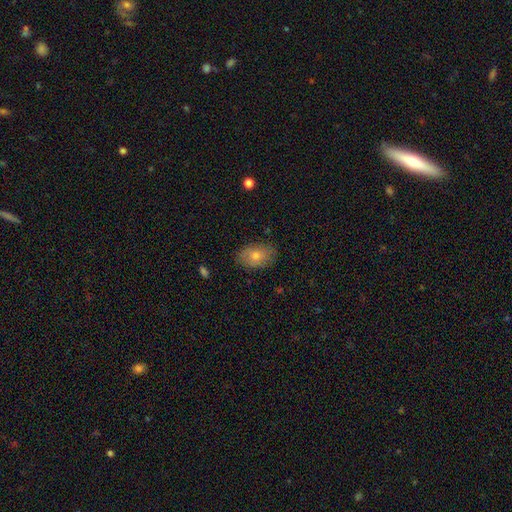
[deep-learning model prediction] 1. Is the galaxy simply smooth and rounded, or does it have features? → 68% smooth, 22% featured or disk, 10% star or artifact.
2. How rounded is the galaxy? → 84% in between, 14% round, 2% cigar-shaped.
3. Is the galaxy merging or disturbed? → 84% none, 13% minor disturbance, 3% major disturbance, 1% merger.